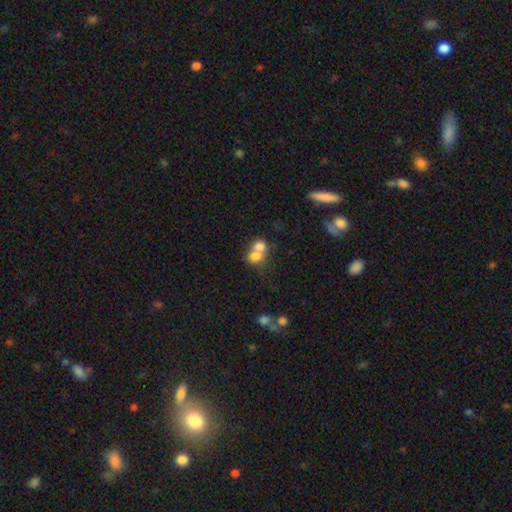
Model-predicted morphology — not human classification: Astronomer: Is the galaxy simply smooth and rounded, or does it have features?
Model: smooth — 72%.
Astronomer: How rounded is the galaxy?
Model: round — 60% (runner-up: in between, 39%).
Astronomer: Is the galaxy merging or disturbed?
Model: merger — 69%.